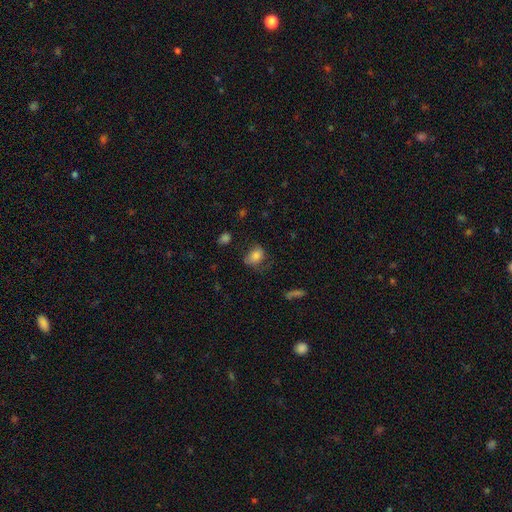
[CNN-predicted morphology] A smooth galaxy with no disk features (73%) that is in between round and cigar-shaped (72%).

Vote fractions:
- Smooth or featured? smooth: 73% / featured or disk: 17% / star or artifact: 10%
- How rounded? in between: 72% / round: 26% / cigar-shaped: 2%
- Merging? none: 44% / minor disturbance: 29% / major disturbance: 24% / merger: 3%